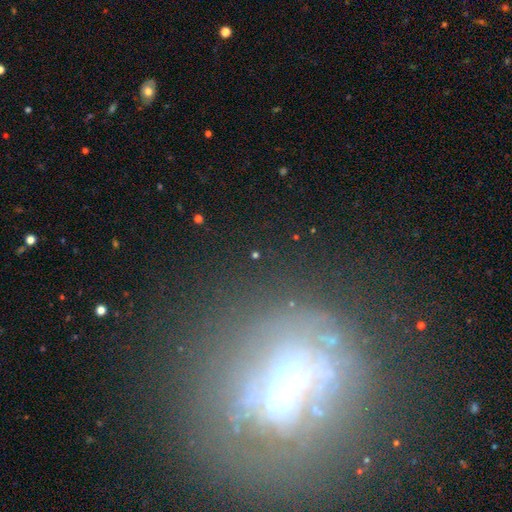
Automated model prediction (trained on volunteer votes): Smooth or featured?
  - star or artifact: 53% *
  - smooth: 26%
  - featured or disk: 21%